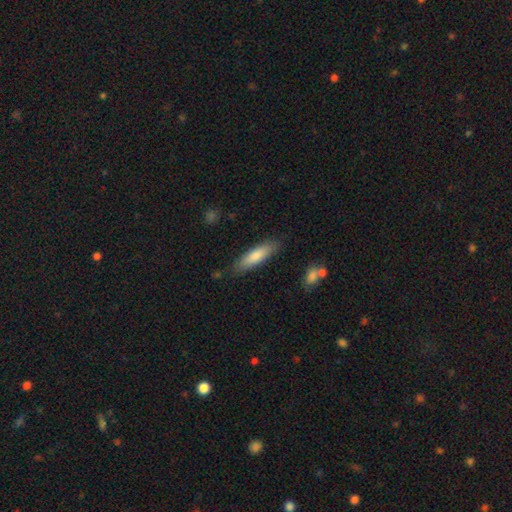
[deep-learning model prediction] This appears to be a smooth galaxy with no disk features (77%) that is cigar-shaped (70%). Merging: none (84%).